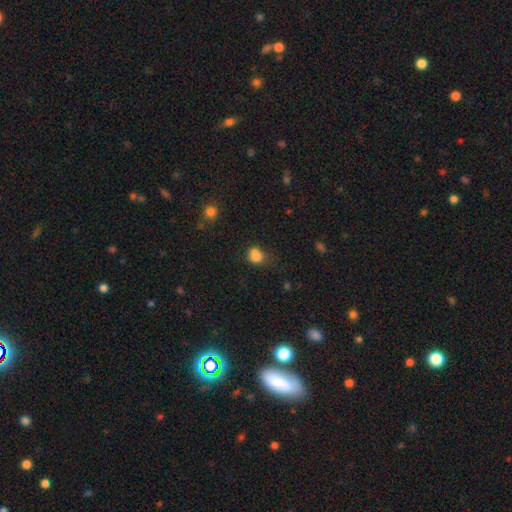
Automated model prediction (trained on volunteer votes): smooth-or-featured: smooth: 78% | star or artifact: 13% | featured or disk: 9%
  how-rounded: round: 62% | in between: 37% | cigar-shaped: 1%
  merging: none: 37% | merger: 33% | minor disturbance: 20% | major disturbance: 10%